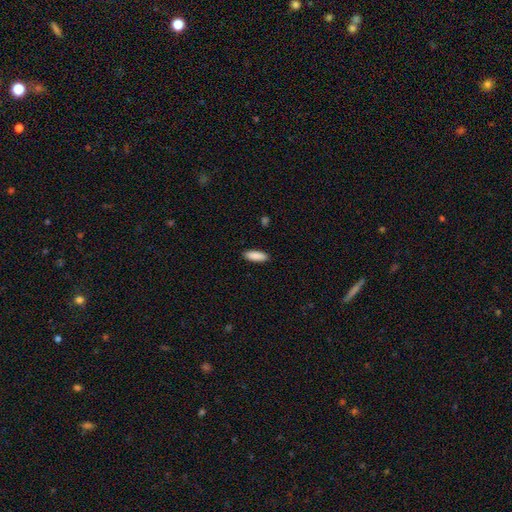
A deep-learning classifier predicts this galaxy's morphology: smooth 90%, star or artifact 6%, featured or disk 4%. Down the decision tree: how rounded — in between (61%); merging — none (90%).